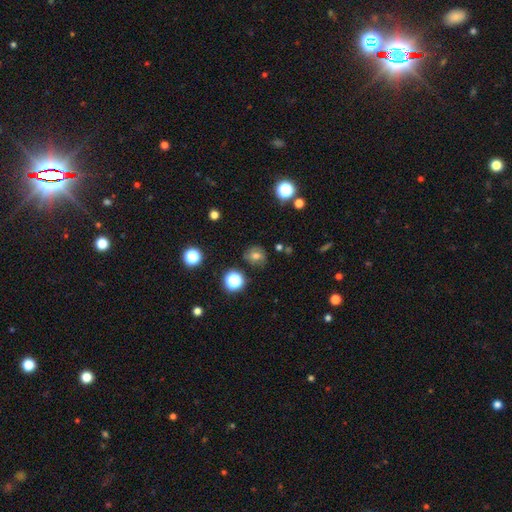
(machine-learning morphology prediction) Smooth or featured: smooth — 56% (featured or disk — 22%)
How rounded: round — 77% (in between — 22%)
Merging: none — 76% (minor disturbance — 16%)